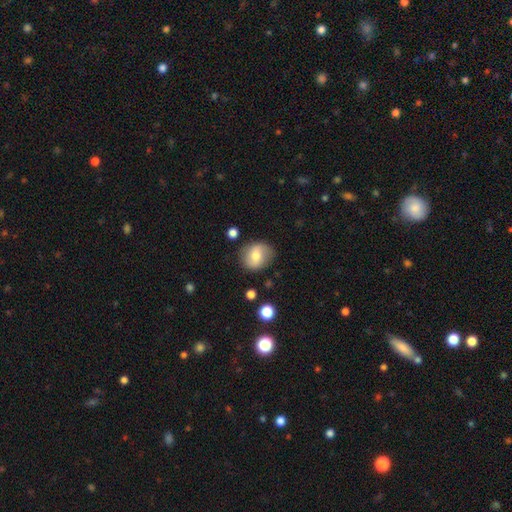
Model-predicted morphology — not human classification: Smooth or featured? Predicted: smooth (p=0.66). How rounded? Predicted: round (p=0.67). Merging? Predicted: none (p=0.78).